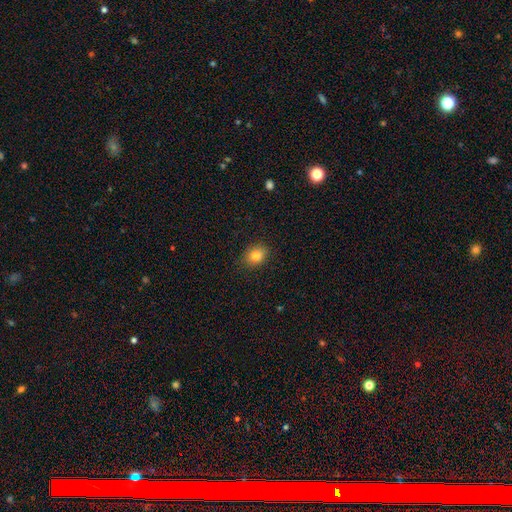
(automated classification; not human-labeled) Morphology: type=smooth (84%); roundness=round (56%); merging=none (87%).